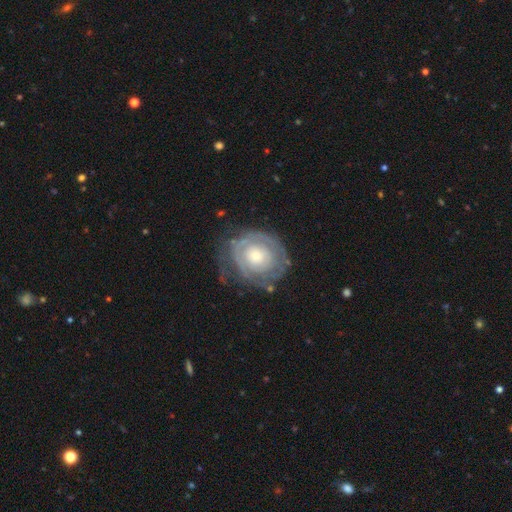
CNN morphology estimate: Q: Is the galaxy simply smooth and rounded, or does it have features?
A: featured or disk — 73%.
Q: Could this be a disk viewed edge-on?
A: no — 97%.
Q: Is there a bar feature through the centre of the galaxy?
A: no — 84%.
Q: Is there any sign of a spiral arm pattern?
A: yes — 69%.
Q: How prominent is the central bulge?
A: moderate — 48%.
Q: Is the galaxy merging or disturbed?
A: none — 66%.